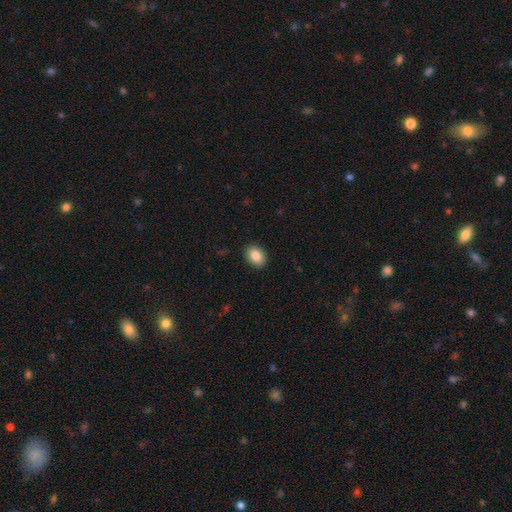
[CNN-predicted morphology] smooth-or-featured: smooth: 86% | star or artifact: 8% | featured or disk: 6%
  how-rounded: in between: 73% | round: 26% | cigar-shaped: 1%
  merging: none: 90% | minor disturbance: 7% | major disturbance: 2% | merger: 1%